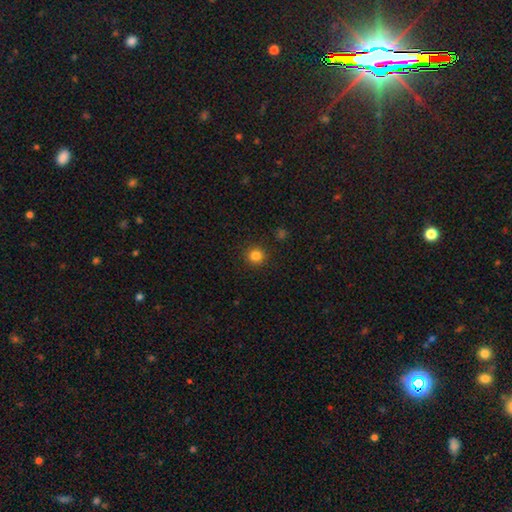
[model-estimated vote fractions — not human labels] smooth_or_featured: smooth (p=0.83) [alt: star or artifact p=0.12]
how_rounded: round (p=0.93) [alt: in between p=0.06]
merging: none (p=0.92) [alt: minor disturbance p=0.05]